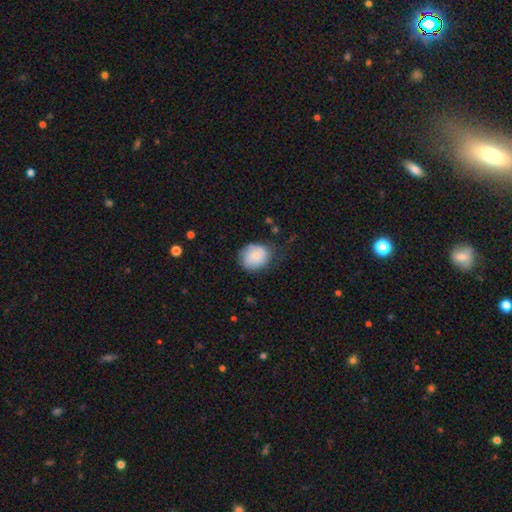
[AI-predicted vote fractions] This appears to be a smooth galaxy with no disk features (69%) that is round (63%). Merging: none (57%).